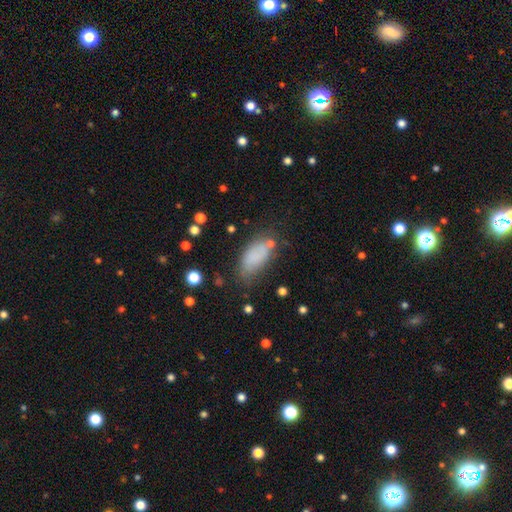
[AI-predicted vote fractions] This appears to be a smooth galaxy with no disk features (79%) that is in between round and cigar-shaped (90%). Merging: none (55%).